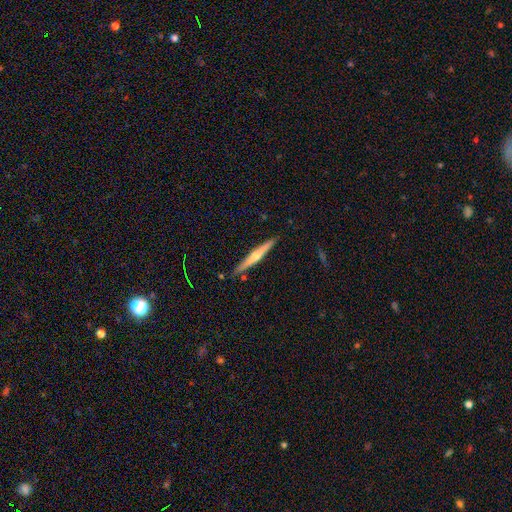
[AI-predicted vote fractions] Smooth or featured? Predicted: featured or disk (p=0.60). Edge-on disk? Predicted: yes (p=0.97). Edge-on bulge? Predicted: rounded (p=0.75). Merging? Predicted: none (p=0.88).